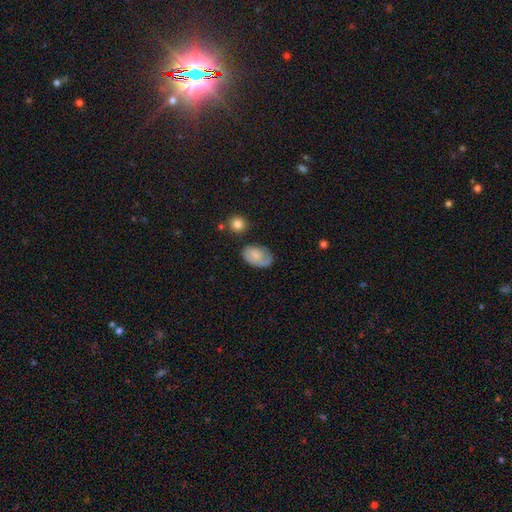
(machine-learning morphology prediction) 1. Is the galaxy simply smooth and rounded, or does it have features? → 67% smooth, 25% featured or disk, 7% star or artifact.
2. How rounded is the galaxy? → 88% in between, 11% round, 1% cigar-shaped.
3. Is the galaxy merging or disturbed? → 58% none, 27% minor disturbance, 11% major disturbance, 4% merger.